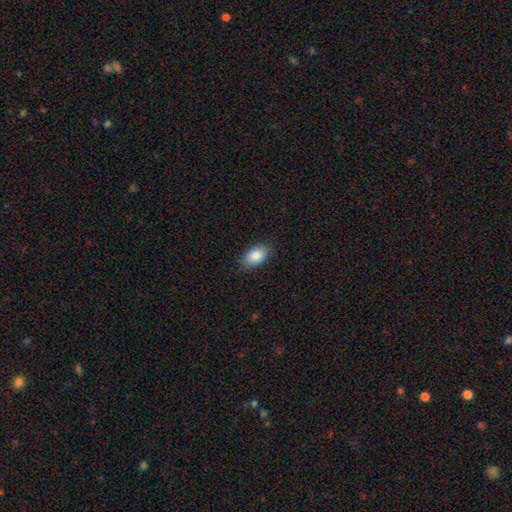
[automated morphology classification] Smooth or featured: smooth — 87% (star or artifact — 7%)
How rounded: in between — 90% (round — 8%)
Merging: none — 84% (minor disturbance — 12%)